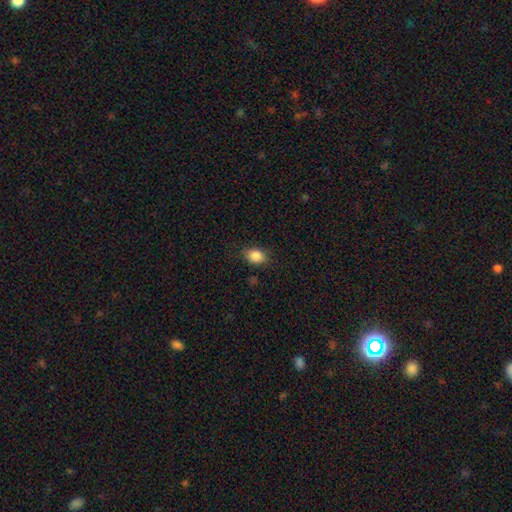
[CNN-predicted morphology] type=smooth (87%); roundness=in between (67%); merging=none (82%).